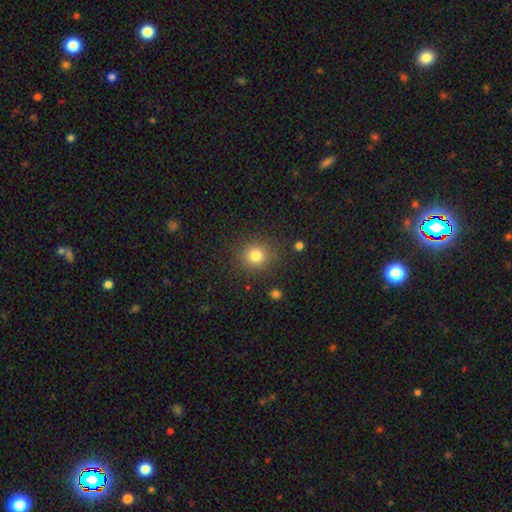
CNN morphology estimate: A smooth galaxy with no disk features (81%) that is round (87%).

Vote fractions:
- Smooth or featured? smooth: 81% / star or artifact: 13% / featured or disk: 6%
- How rounded? round: 87% / in between: 12% / cigar-shaped: 1%
- Merging? none: 87% / minor disturbance: 8% / major disturbance: 3% / merger: 2%